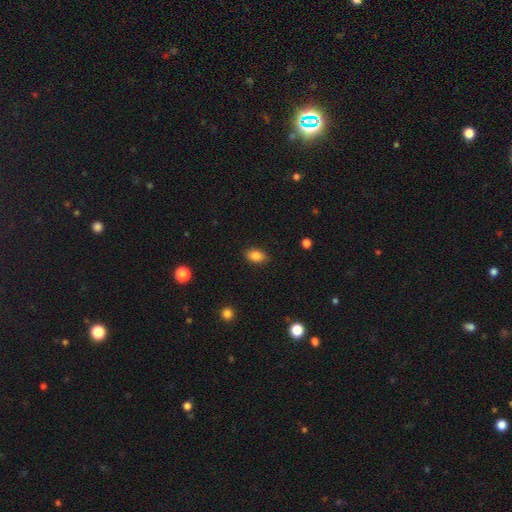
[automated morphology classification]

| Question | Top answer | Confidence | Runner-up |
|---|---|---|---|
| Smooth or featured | smooth | 85% | star or artifact (9%) |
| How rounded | in between | 88% | round (10%) |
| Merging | none | 87% | minor disturbance (9%) |